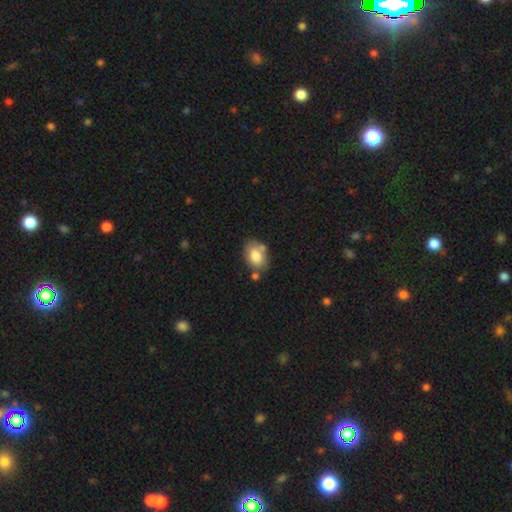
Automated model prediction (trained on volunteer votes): This appears to be a smooth galaxy with no disk features (80%) that is in between round and cigar-shaped (79%). Merging: none (62%).